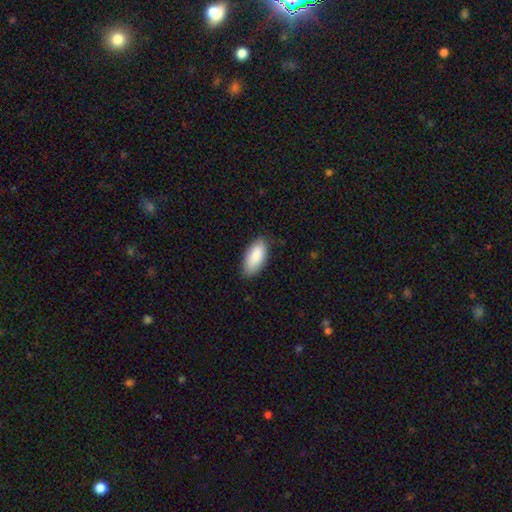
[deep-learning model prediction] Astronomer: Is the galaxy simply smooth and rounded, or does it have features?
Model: smooth — 88%.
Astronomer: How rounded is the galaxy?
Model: in between — 91%.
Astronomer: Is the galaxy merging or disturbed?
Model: none — 80%.